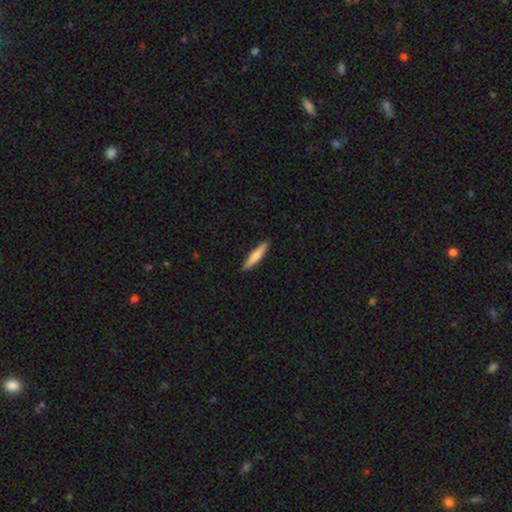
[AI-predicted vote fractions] A smooth galaxy with no disk features (73%) that is cigar-shaped (89%). Merging: none (91%).